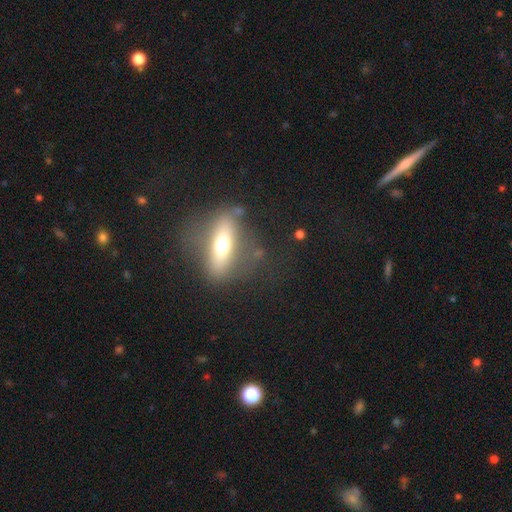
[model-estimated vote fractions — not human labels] Smooth or featured? Predicted: smooth (p=0.46). Merging? Predicted: none (p=0.68).